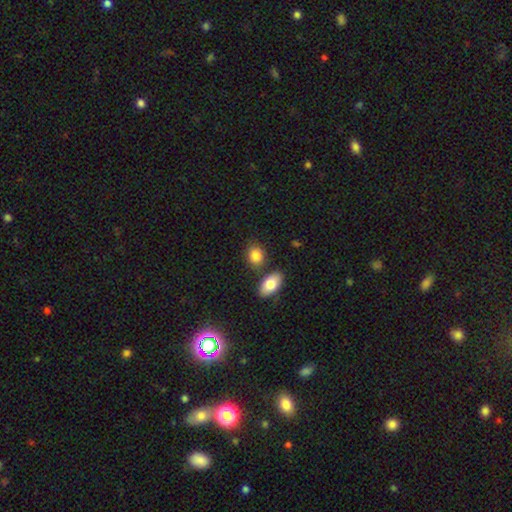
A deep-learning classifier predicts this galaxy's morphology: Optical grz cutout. It shows a smooth galaxy with no disk features (85%) that is in between round and cigar-shaped (59%). Merging: none (71%).